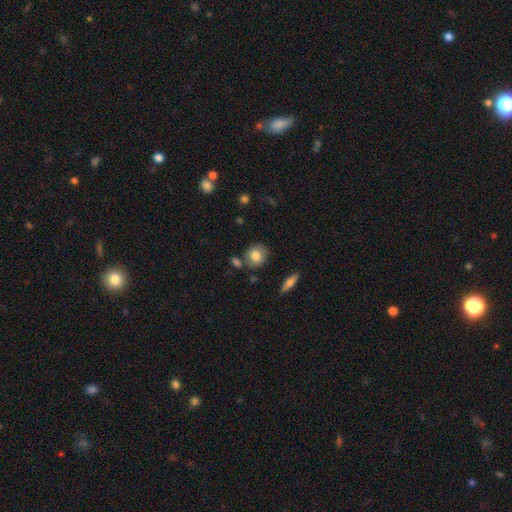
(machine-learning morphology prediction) type=smooth (81%); roundness=round (75%); merging=none (77%).